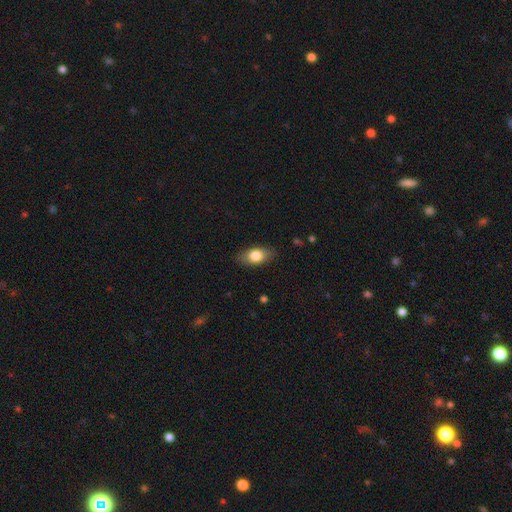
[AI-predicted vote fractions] This is likely a smooth galaxy (78%). How rounded: clearly in between (86%). Merging: clearly none (84%).